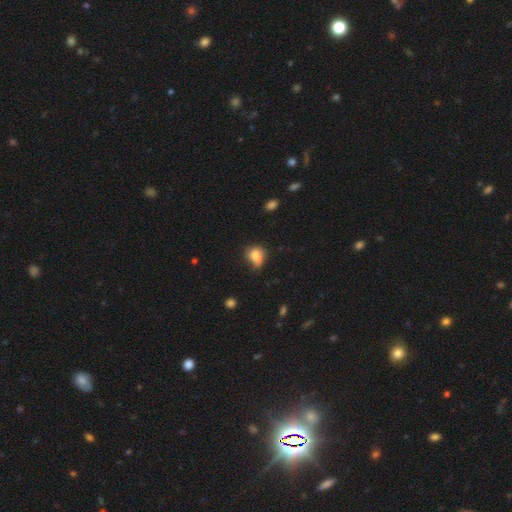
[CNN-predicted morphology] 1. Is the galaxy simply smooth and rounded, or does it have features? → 80% smooth, 10% featured or disk, 10% star or artifact.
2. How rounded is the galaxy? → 51% round, 48% in between, 1% cigar-shaped.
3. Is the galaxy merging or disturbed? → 41% none, 40% minor disturbance, 15% major disturbance, 5% merger.